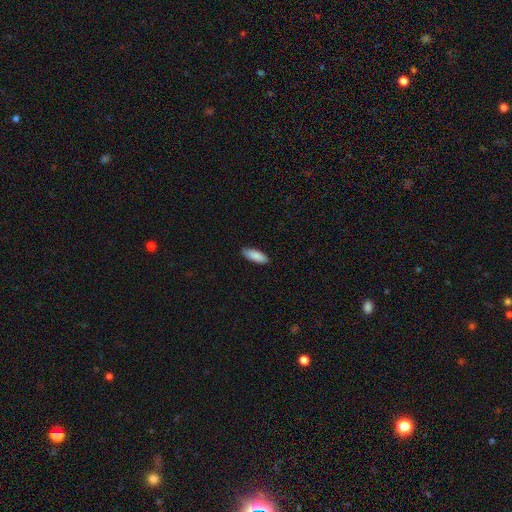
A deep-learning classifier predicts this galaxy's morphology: Smooth or featured? smooth (89%)
How rounded? in between (68%)
Merging? none (89%)